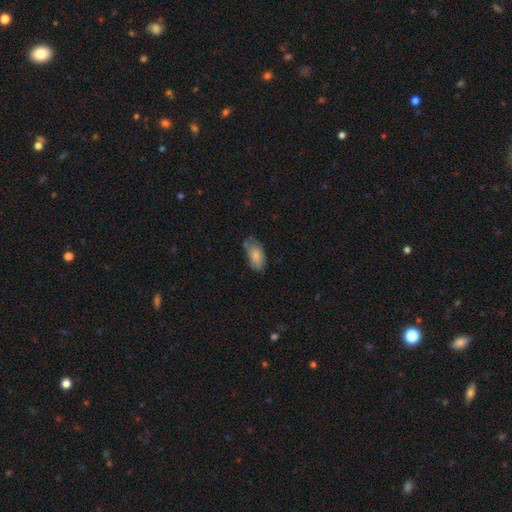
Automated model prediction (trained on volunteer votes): Q: Smooth or featured?
A: smooth (78%); runner-up: featured or disk (15%)
Q: How rounded?
A: in between (92%); runner-up: cigar-shaped (4%)
Q: Merging?
A: none (46%); runner-up: minor disturbance (36%)